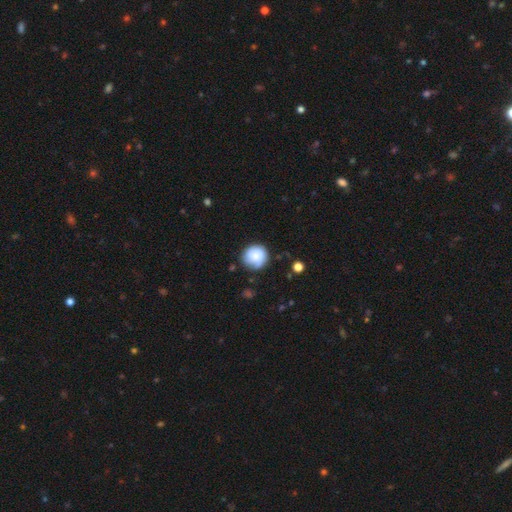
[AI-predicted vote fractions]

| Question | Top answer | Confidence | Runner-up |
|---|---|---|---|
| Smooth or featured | smooth | 70% | featured or disk (22%) |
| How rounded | round | 90% | in between (9%) |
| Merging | none | 70% | minor disturbance (21%) |